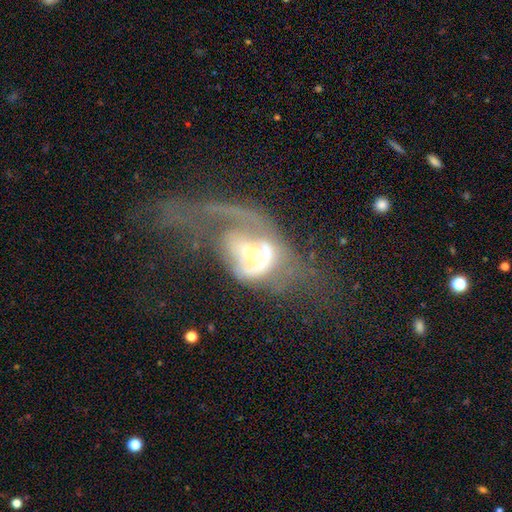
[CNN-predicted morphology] Smooth or featured? Predicted: featured or disk (p=0.73). Edge-on disk? Predicted: no (p=0.96). Bar? Predicted: no (p=0.58). Spiral arms? Predicted: yes (p=0.64). Bulge size? Predicted: moderate (p=0.57). Merging? Predicted: major disturbance (p=0.52).